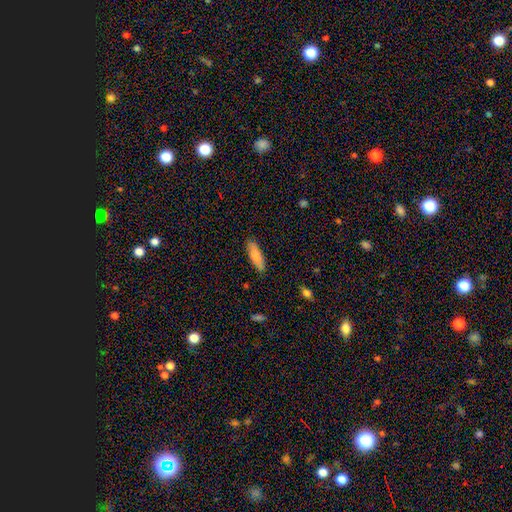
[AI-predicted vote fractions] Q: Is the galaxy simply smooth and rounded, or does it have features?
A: smooth — 81%.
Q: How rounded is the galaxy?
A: in between — 50%.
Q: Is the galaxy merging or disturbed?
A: none — 86%.